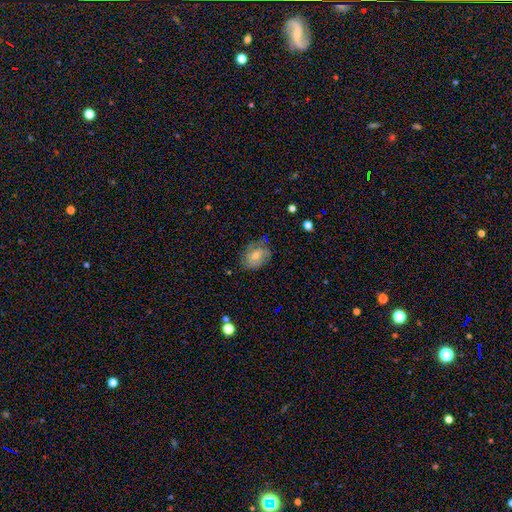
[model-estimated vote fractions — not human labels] Smooth or featured: featured or disk — 47% (smooth — 40%)
Merging: none — 72% (minor disturbance — 20%)